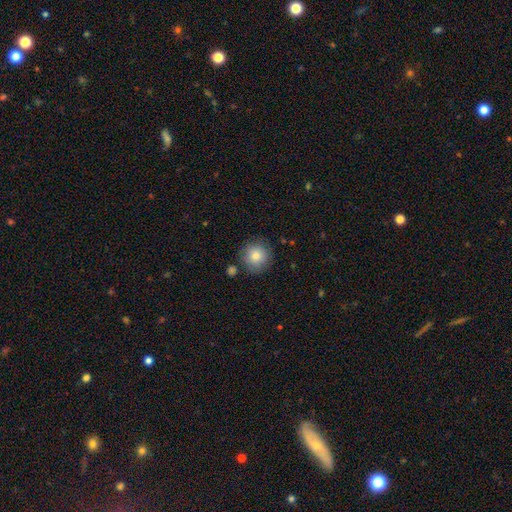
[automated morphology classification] Smooth or featured? Predicted: smooth (p=0.83). How rounded? Predicted: round (p=0.94). Merging? Predicted: none (p=0.83).